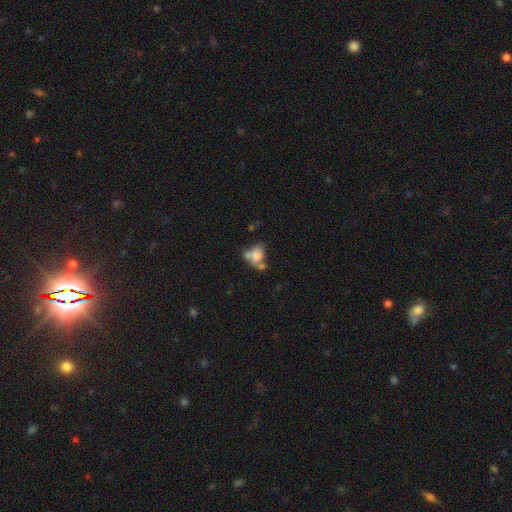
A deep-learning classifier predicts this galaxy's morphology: Smooth or featured? Predicted: smooth (p=0.69). How rounded? Predicted: in between (p=0.69). Merging? Predicted: merger (p=0.48).